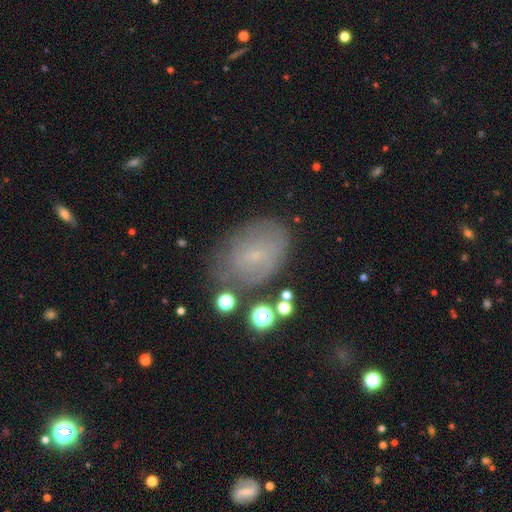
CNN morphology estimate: Q: Smooth or featured?
A: smooth (48%); runner-up: featured or disk (37%)
Q: Merging?
A: none (68%); runner-up: minor disturbance (20%)